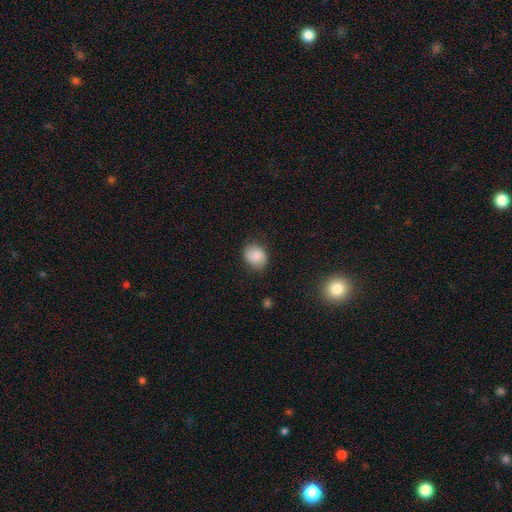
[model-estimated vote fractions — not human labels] A smooth galaxy with no disk features (82%) that is round (61%). Merging: none (77%).